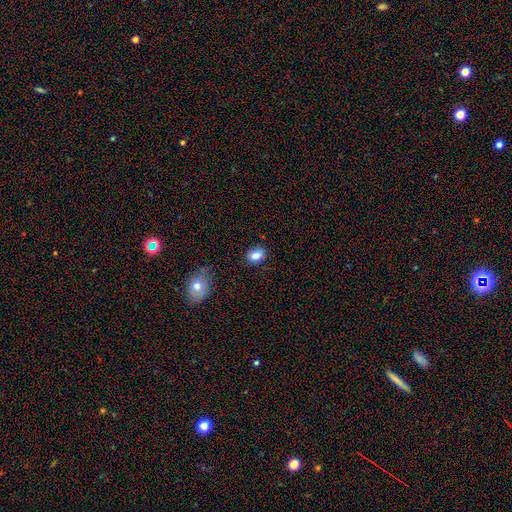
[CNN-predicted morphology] smooth_or_featured: smooth (p=0.82) [alt: star or artifact p=0.10]
how_rounded: in between (p=0.68) [alt: round p=0.30]
merging: none (p=0.81) [alt: minor disturbance p=0.14]